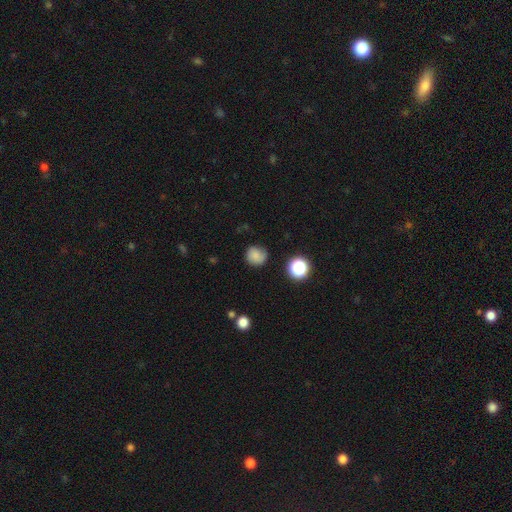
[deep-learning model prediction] This is likely a smooth galaxy (74%). How rounded: clearly round (88%). Merging: likely none (76%).